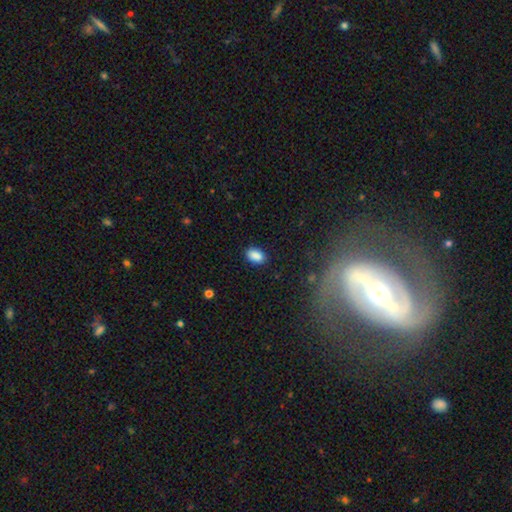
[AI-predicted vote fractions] Smooth or featured?
  - smooth: 88% *
  - star or artifact: 8%
  - featured or disk: 4%
How rounded?
  - in between: 88% *
  - round: 11%
  - cigar-shaped: 1%
Merging?
  - none: 86% *
  - minor disturbance: 10%
  - major disturbance: 2%
  - merger: 1%